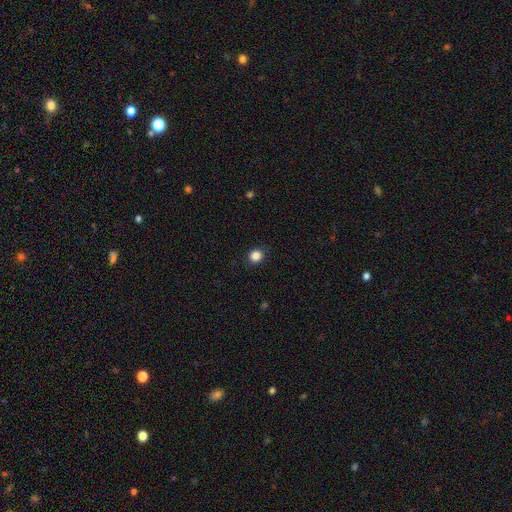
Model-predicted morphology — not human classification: type=smooth (85%); roundness=round (85%); merging=none (89%).